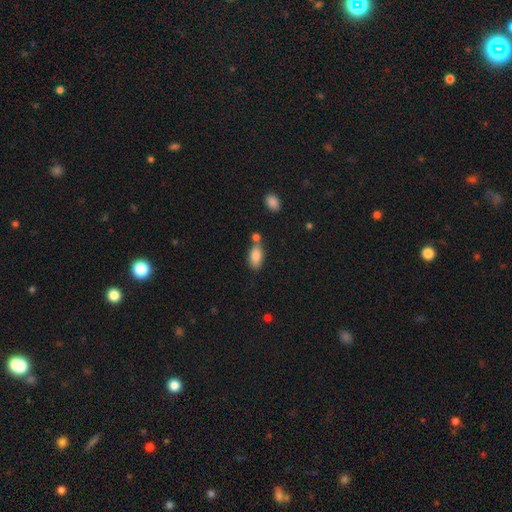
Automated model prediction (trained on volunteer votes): This is clearly a smooth galaxy (86%). How rounded: clearly in between (91%). Merging: possibly none (57%).